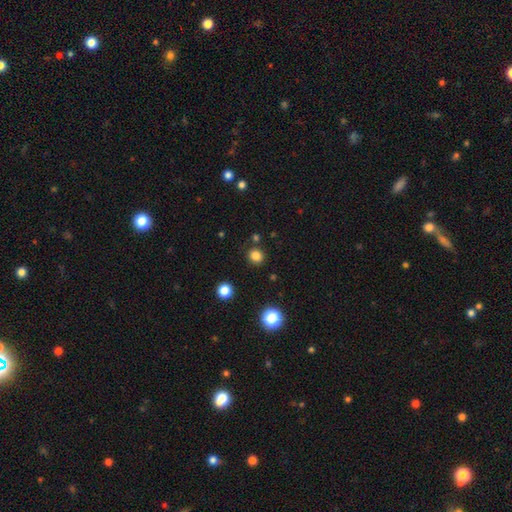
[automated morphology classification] A smooth galaxy with no disk features (82%) that is round (87%). Merging: none (87%).